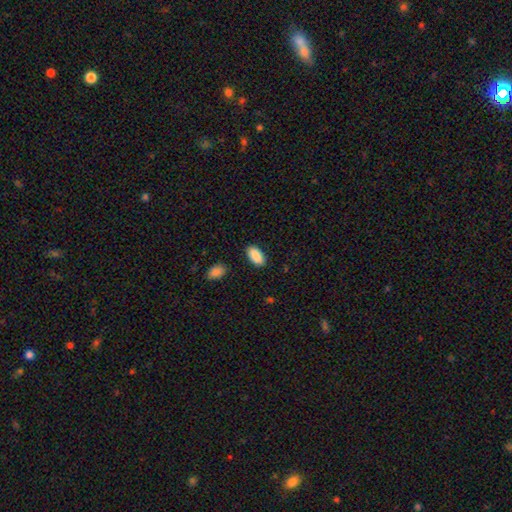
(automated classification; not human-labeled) The model was most divided on "merging": none: 88%, minor disturbance: 8%, major disturbance: 2%, merger: 2%. More confident: how rounded — in between (93%); smooth or featured — smooth (89%).